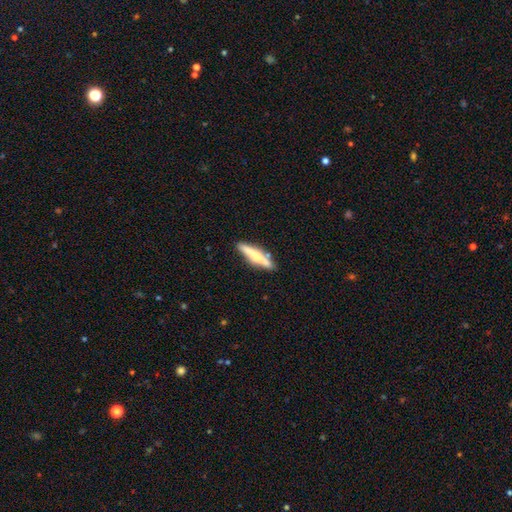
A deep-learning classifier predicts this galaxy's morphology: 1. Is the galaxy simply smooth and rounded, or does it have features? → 52% smooth, 42% featured or disk, 6% star or artifact.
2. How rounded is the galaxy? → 87% cigar-shaped, 11% in between, 2% round.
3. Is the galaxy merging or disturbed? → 80% none, 12% minor disturbance, 5% merger, 3% major disturbance.